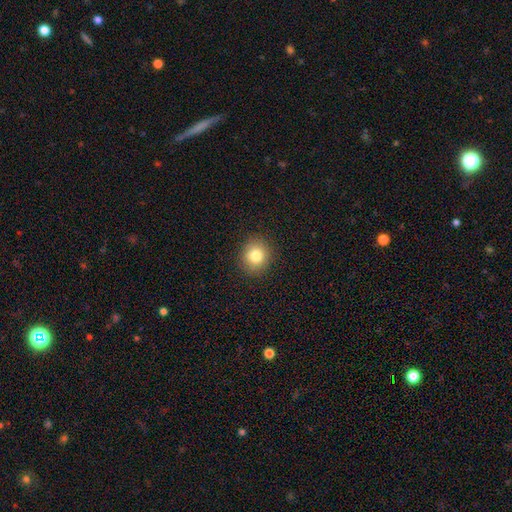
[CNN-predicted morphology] Q: Smooth or featured?
A: smooth (81%); runner-up: star or artifact (11%)
Q: How rounded?
A: round (80%); runner-up: in between (19%)
Q: Merging?
A: none (90%); runner-up: minor disturbance (7%)